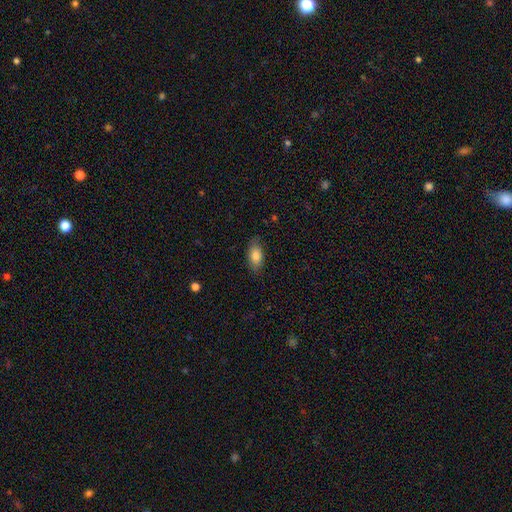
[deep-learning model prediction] Smooth or featured? smooth (81%)
How rounded? in between (89%)
Merging? none (79%)